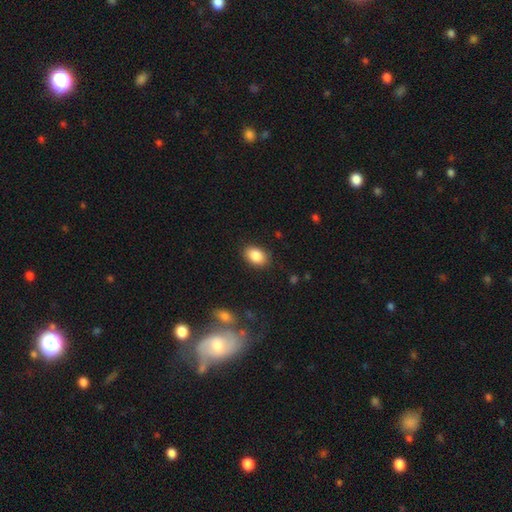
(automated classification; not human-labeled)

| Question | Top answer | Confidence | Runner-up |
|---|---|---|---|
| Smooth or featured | smooth | 87% | star or artifact (8%) |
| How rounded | in between | 84% | round (15%) |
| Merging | none | 87% | minor disturbance (10%) |